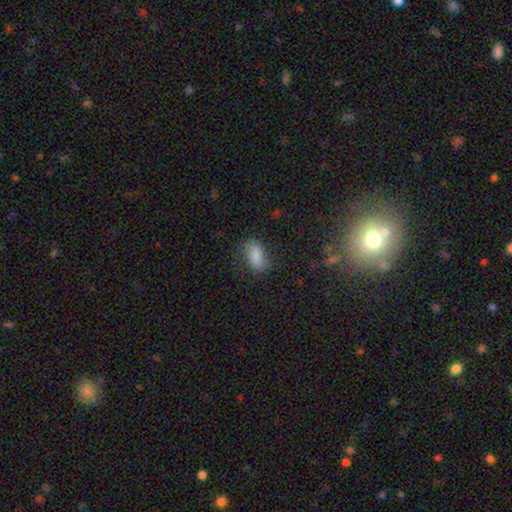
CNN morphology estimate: Q: Smooth or featured?
A: smooth (80%); runner-up: featured or disk (11%)
Q: How rounded?
A: in between (88%); runner-up: cigar-shaped (7%)
Q: Merging?
A: none (69%); runner-up: minor disturbance (21%)